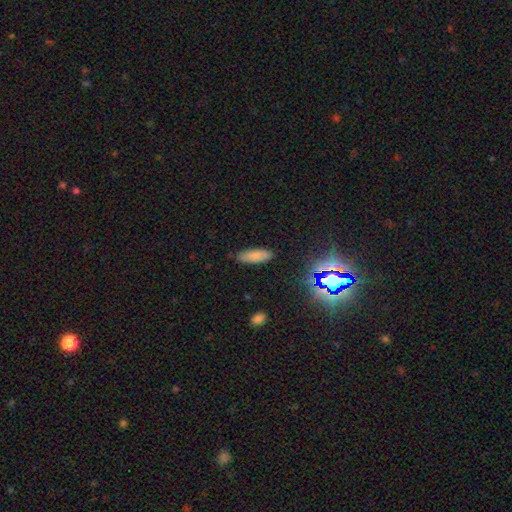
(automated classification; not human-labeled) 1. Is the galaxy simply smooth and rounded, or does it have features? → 80% smooth, 10% featured or disk, 10% star or artifact.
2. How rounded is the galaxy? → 63% in between, 35% cigar-shaped, 2% round.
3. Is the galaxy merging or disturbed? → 85% none, 12% minor disturbance, 2% major disturbance, 1% merger.